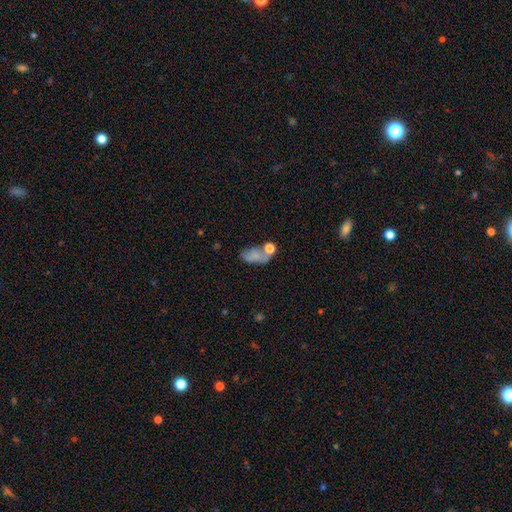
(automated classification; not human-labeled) A smooth galaxy with no disk features (65%) that is in between round and cigar-shaped (85%). Merging: none (33%).